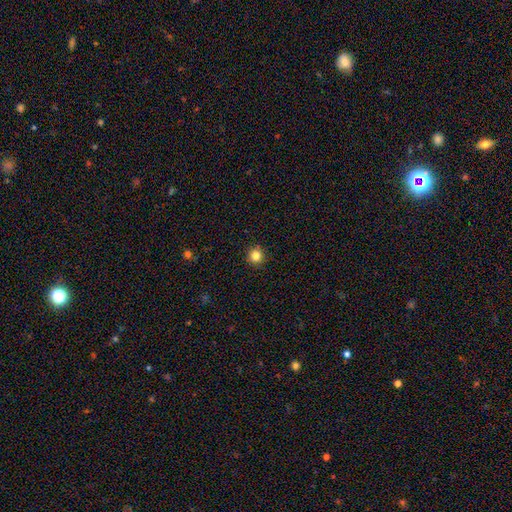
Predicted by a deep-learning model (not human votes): Overall: smooth (83%). How rounded: round (95%). Merging: none (93%).